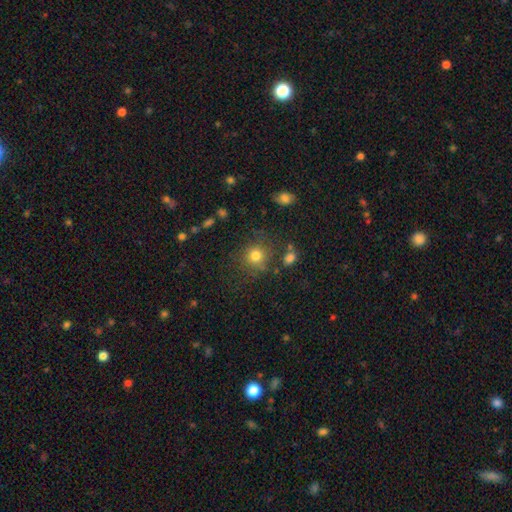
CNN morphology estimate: Q: Smooth or featured?
A: smooth (78%); runner-up: star or artifact (14%)
Q: How rounded?
A: round (88%); runner-up: in between (11%)
Q: Merging?
A: none (76%); runner-up: minor disturbance (13%)